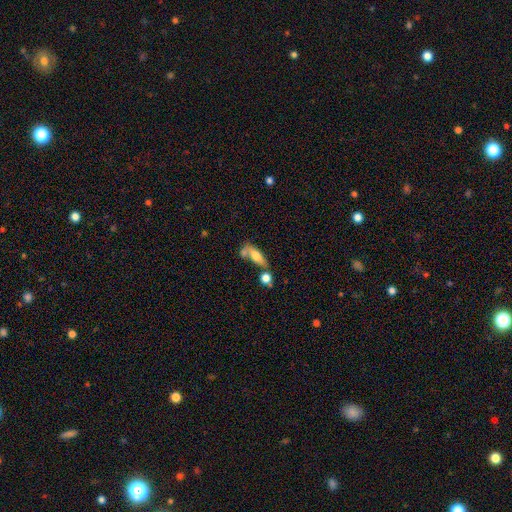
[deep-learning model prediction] smooth 62%, featured or disk 29%, star or artifact 9%. Down the decision tree: how rounded — in between (66%); merging — none (38%).